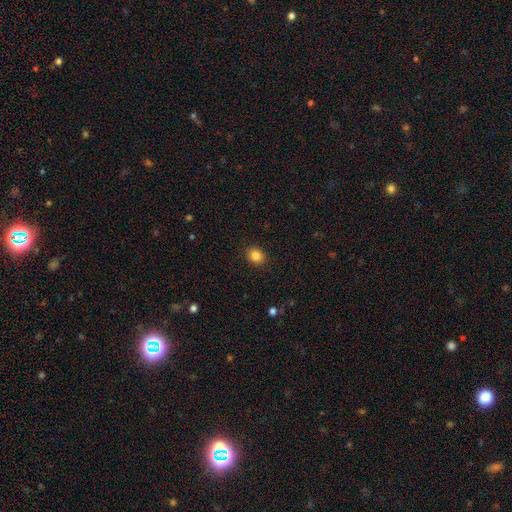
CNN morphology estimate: A smooth galaxy with no disk features (85%) that is round (53%).

Vote fractions:
- Smooth or featured? smooth: 85% / star or artifact: 10% / featured or disk: 4%
- How rounded? round: 53% / in between: 46% / cigar-shaped: 1%
- Merging? none: 90% / minor disturbance: 7% / major disturbance: 2% / merger: 1%